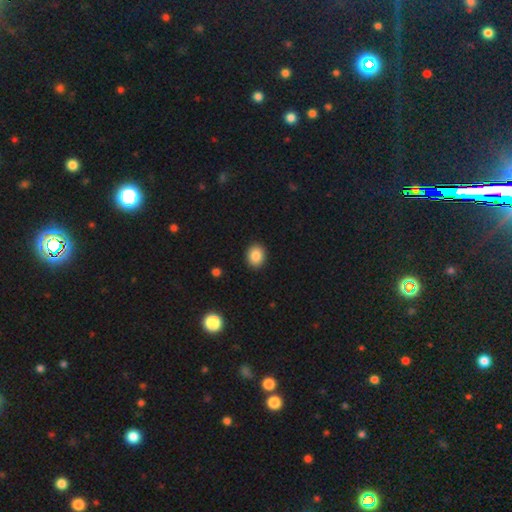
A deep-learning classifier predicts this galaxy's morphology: The model was most divided on "how rounded": round: 55%, in between: 44%, cigar-shaped: 1%. More confident: merging — none (90%); smooth or featured — smooth (86%).